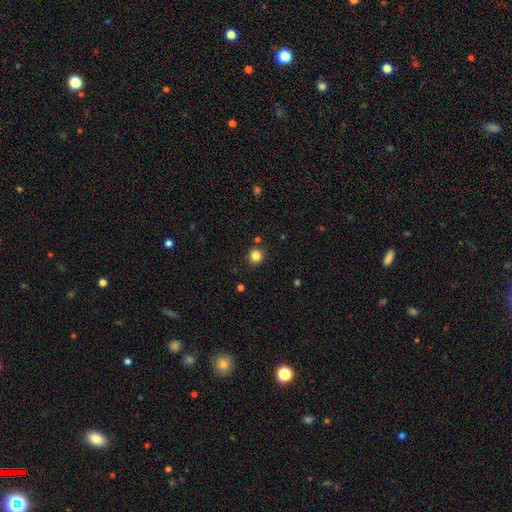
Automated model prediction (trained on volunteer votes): This is clearly a smooth galaxy (84%). How rounded: clearly round (93%). Merging: clearly none (89%).